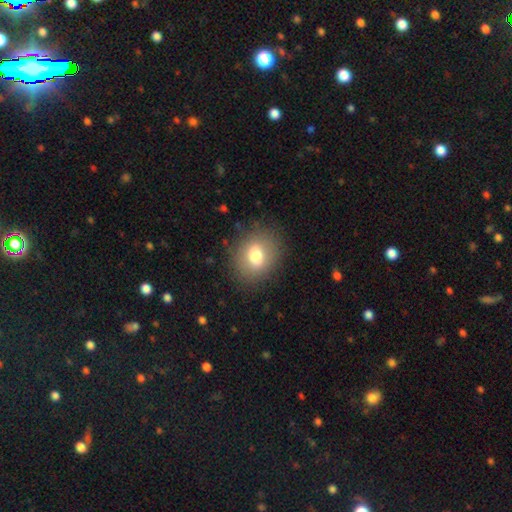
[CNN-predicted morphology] type=smooth (74%); roundness=round (62%); merging=none (85%).